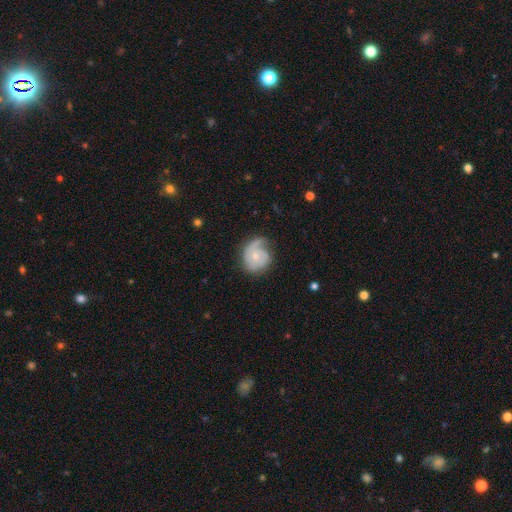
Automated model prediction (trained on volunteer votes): Overall: featured or disk (65%; smooth 28%). Edge-on disk: no (98%). Bar: no (76%). Spiral arms: yes (87%). Spiral arm count: 1 (54%; 2 23%). Spiral winding: tight (48%; medium 33%). Bulge size: small (62%; moderate 32%). Merging: none (51%; minor disturbance 27%).